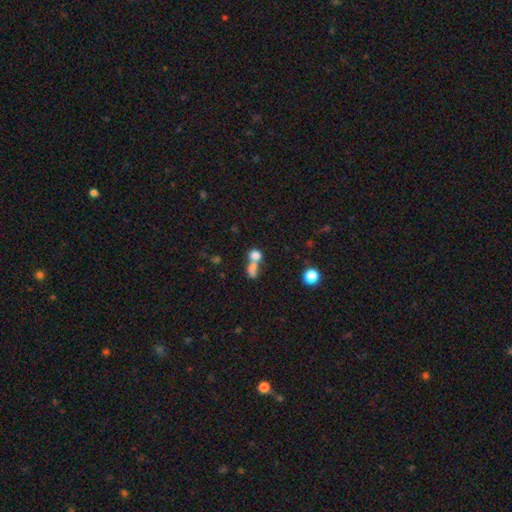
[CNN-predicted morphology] Smooth or featured?
  - smooth: 74% *
  - featured or disk: 13%
  - star or artifact: 12%
How rounded?
  - round: 52% *
  - in between: 45%
  - cigar-shaped: 4%
Merging?
  - merger: 64% *
  - none: 24%
  - minor disturbance: 6%
  - major disturbance: 6%